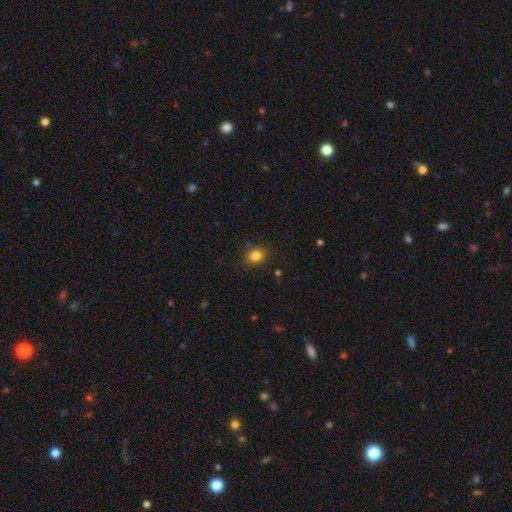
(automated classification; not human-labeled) smooth-or-featured: smooth: 83% | star or artifact: 11% | featured or disk: 6%
  how-rounded: round: 63% | in between: 36% | cigar-shaped: 1%
  merging: none: 86% | minor disturbance: 10% | major disturbance: 3% | merger: 2%